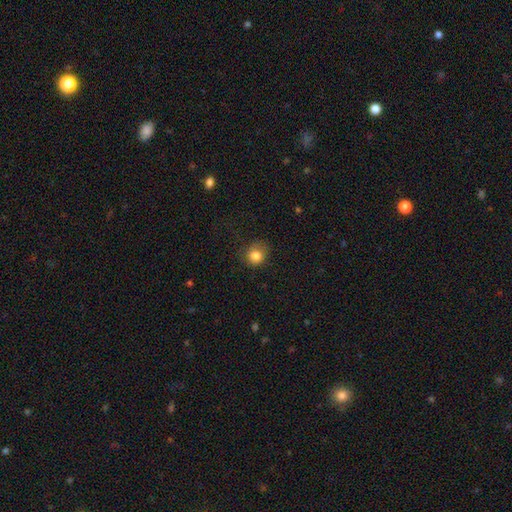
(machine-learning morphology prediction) A smooth galaxy with no disk features (84%) that is round (79%). Merging: none (70%).